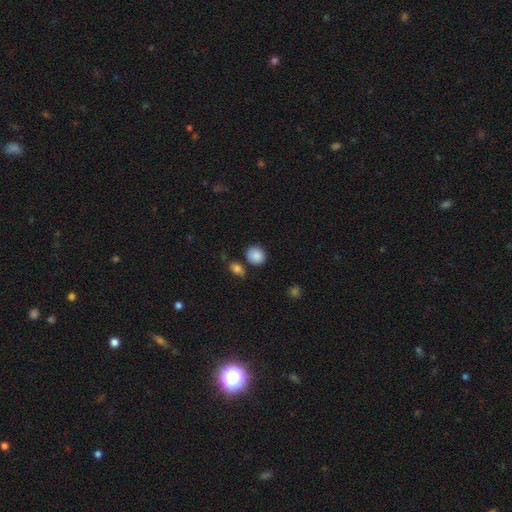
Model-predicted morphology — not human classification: smooth-or-featured: smooth: 87% | star or artifact: 8% | featured or disk: 5%
  how-rounded: round: 71% | in between: 28% | cigar-shaped: 1%
  merging: none: 75% | minor disturbance: 13% | merger: 8% | major disturbance: 4%